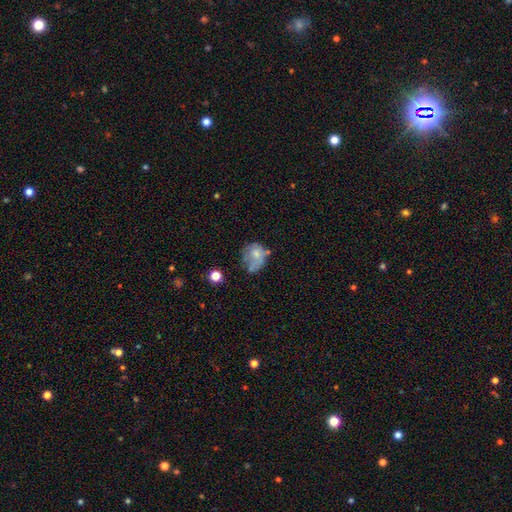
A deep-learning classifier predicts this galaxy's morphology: Q: Smooth or featured?
A: smooth (57%); runner-up: featured or disk (32%)
Q: How rounded?
A: round (61%); runner-up: in between (38%)
Q: Merging?
A: none (34%); runner-up: minor disturbance (28%)